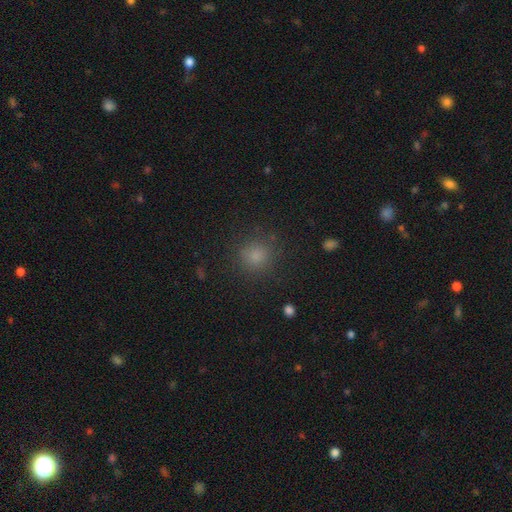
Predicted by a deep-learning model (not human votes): Smooth or featured?
  - smooth: 80% *
  - star or artifact: 15%
  - featured or disk: 5%
How rounded?
  - round: 90% *
  - in between: 9%
  - cigar-shaped: 1%
Merging?
  - none: 85% *
  - minor disturbance: 9%
  - major disturbance: 4%
  - merger: 2%